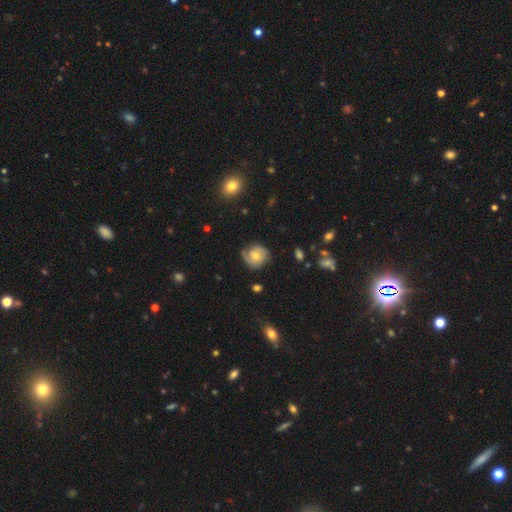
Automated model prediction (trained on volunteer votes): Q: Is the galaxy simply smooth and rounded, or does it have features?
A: featured or disk — 67%.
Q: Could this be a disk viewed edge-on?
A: no — 97%.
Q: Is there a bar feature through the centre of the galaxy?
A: no — 57%.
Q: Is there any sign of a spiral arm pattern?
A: yes — 92%.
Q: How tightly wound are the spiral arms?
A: tight — 50%.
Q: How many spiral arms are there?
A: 2 — 61%.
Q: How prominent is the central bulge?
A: moderate — 58%.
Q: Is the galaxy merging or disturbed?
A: none — 73%.